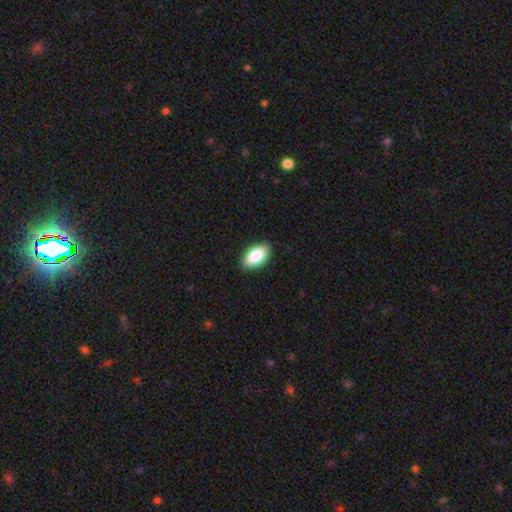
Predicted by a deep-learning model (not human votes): Morphology: type=smooth (87%); roundness=in between (94%); merging=none (89%).